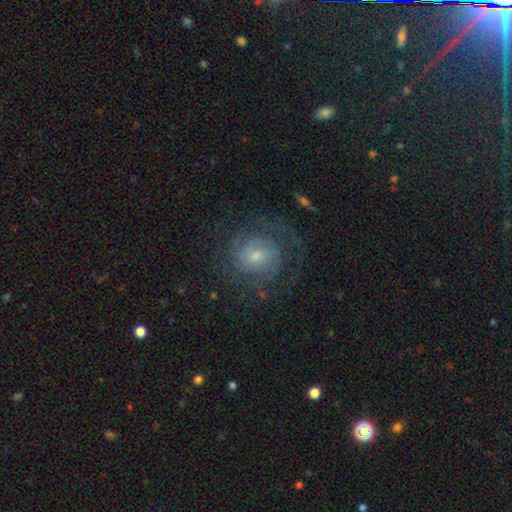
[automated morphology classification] smooth-or-featured: featured or disk: 74% | smooth: 18% | star or artifact: 9%
  disk-edge-on: no: 98% | yes: 2%
    bar: no: 61% | weak: 33% | strong: 6%
    has-spiral-arms: yes: 91% | no: 9%
      spiral-winding: tight: 57% | medium: 32% | loose: 11%
      spiral-arm-count: can't tell: 36% | 2: 35% | 3: 12% | 1: 7% | 4: 5% | more than 4: 5%
    bulge-size: small: 63% | moderate: 28% | large: 4% | none: 3% | dominant: 1%
  merging: none: 70% | minor disturbance: 14% | major disturbance: 14% | merger: 1%